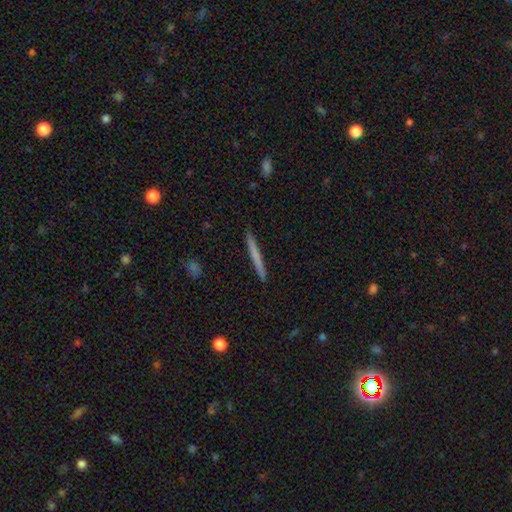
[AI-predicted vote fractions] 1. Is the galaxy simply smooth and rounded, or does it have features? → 62% smooth, 32% featured or disk, 6% star or artifact.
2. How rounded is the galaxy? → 97% cigar-shaped, 2% in between, 1% round.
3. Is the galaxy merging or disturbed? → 92% none, 6% minor disturbance, 1% major disturbance, 1% merger.